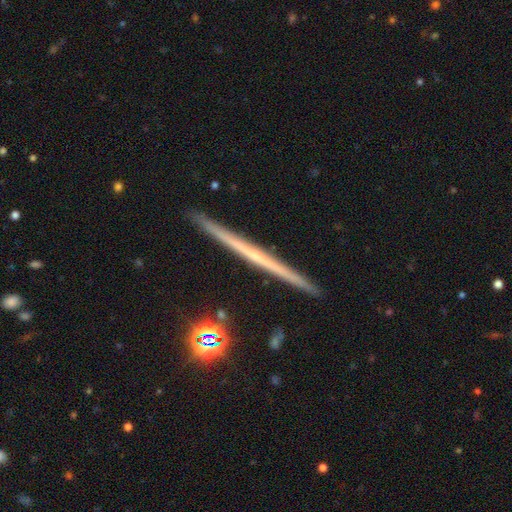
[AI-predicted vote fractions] A featured or disk galaxy (67%) viewed edge-on (98%) with no central bulge (85%). Merging: none (92%).